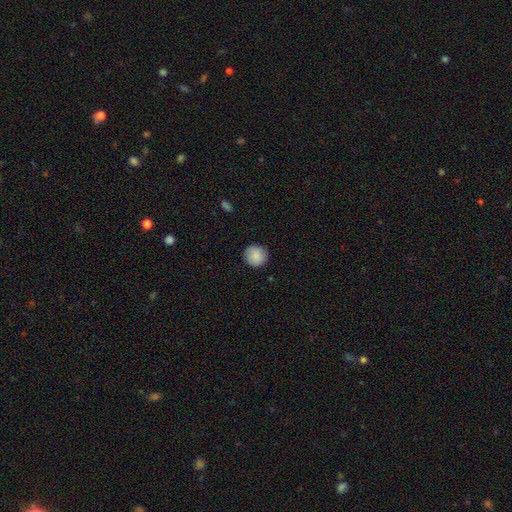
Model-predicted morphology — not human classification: This is clearly a smooth galaxy (88%). How rounded: clearly round (94%). Merging: clearly none (90%).